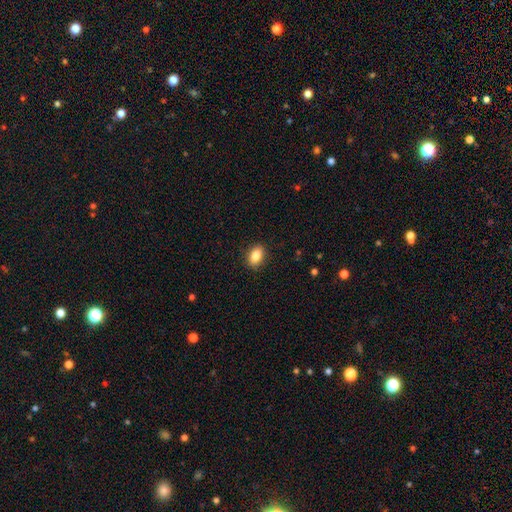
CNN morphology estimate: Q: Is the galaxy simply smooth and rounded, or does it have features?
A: smooth — 84%.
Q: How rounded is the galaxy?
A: in between — 84%.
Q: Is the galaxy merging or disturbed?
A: none — 89%.